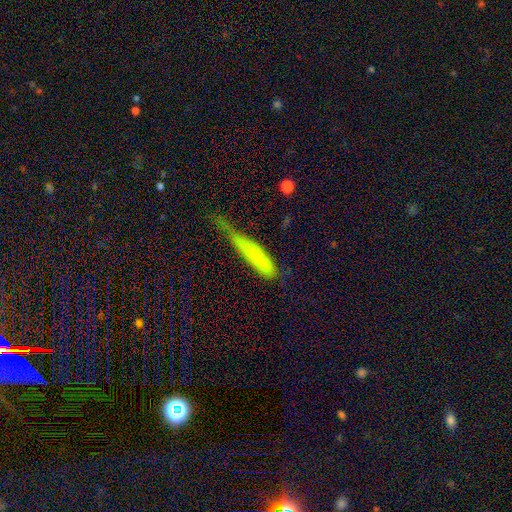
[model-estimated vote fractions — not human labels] A smooth galaxy with no disk features (71%) that is cigar-shaped (91%). Merging: minor disturbance (37%).